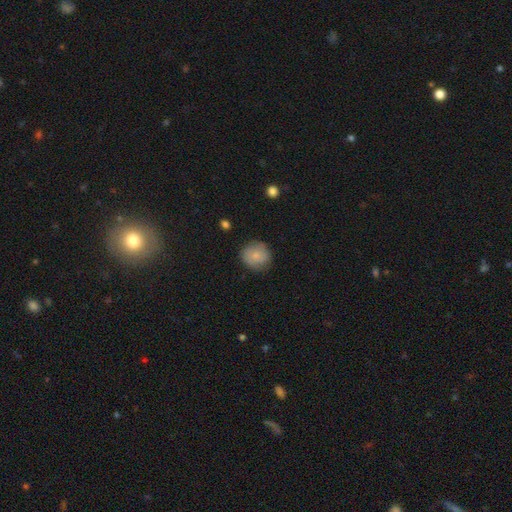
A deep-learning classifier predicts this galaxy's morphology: smooth 79%, featured or disk 14%, star or artifact 7%. Down the decision tree: how rounded — round (88%); merging — none (80%).